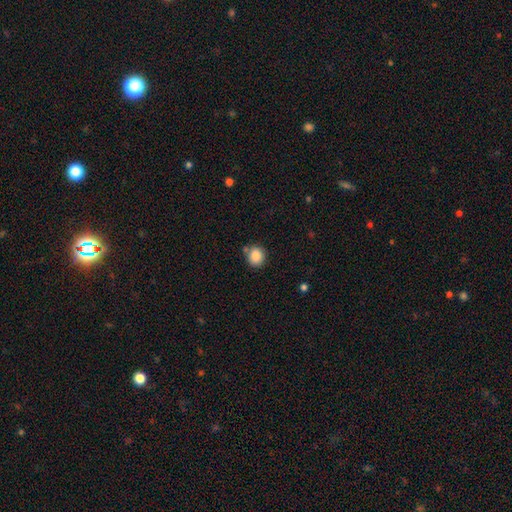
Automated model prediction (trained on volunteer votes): Q: Smooth or featured?
A: smooth (86%); runner-up: star or artifact (9%)
Q: How rounded?
A: round (80%); runner-up: in between (19%)
Q: Merging?
A: none (72%); runner-up: minor disturbance (15%)